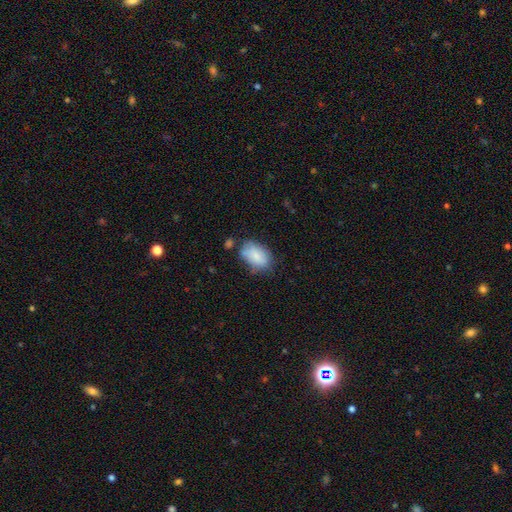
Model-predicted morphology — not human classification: A smooth galaxy with no disk features (79%) that is in between round and cigar-shaped (89%).

Vote fractions:
- Smooth or featured? smooth: 79% / featured or disk: 13% / star or artifact: 8%
- How rounded? in between: 89% / round: 9% / cigar-shaped: 2%
- Merging? none: 55% / minor disturbance: 30% / major disturbance: 9% / merger: 7%